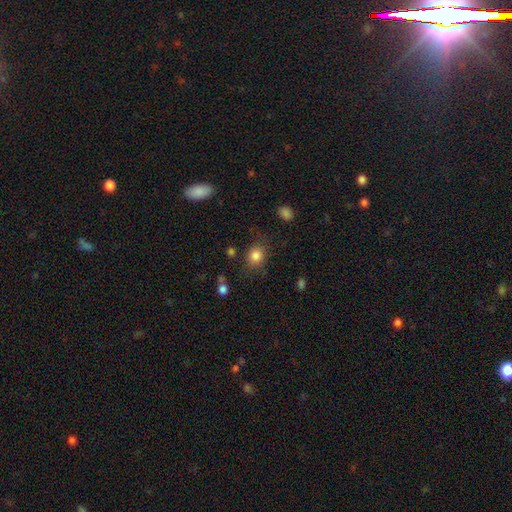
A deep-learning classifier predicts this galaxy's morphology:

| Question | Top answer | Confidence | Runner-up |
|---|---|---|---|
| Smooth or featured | smooth | 83% | star or artifact (11%) |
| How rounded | round | 73% | in between (26%) |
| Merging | none | 79% | minor disturbance (13%) |